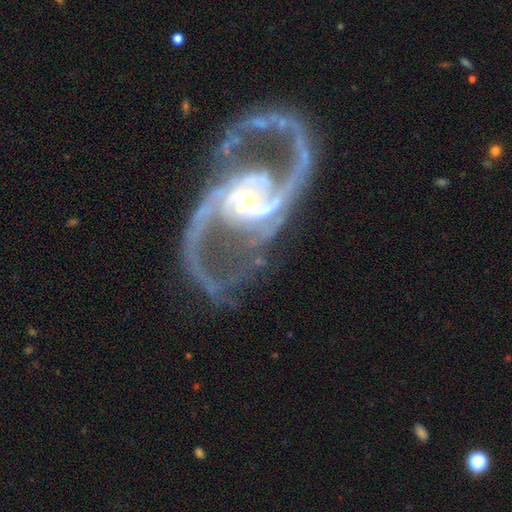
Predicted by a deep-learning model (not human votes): This appears to be a featured or disk galaxy (94%) with no bar (35%), 2 (94%) medium (59%) spiral arms (98%) and a small central bulge (57%). Merging: none (77%).